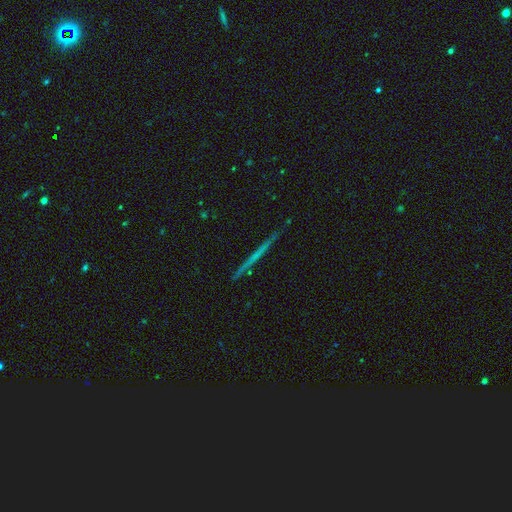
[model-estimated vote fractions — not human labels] Smooth or featured: featured or disk — 60% (smooth — 33%)
Edge-on disk: yes — 97% (no — 3%)
Edge-on bulge: none — 91% (rounded — 6%)
Merging: none — 91% (minor disturbance — 6%)